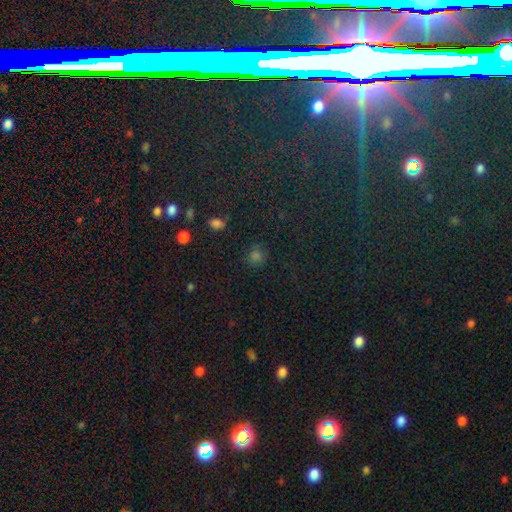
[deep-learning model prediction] Smooth or featured? Predicted: smooth (p=0.65). How rounded? Predicted: round (p=0.83). Merging? Predicted: none (p=0.80).